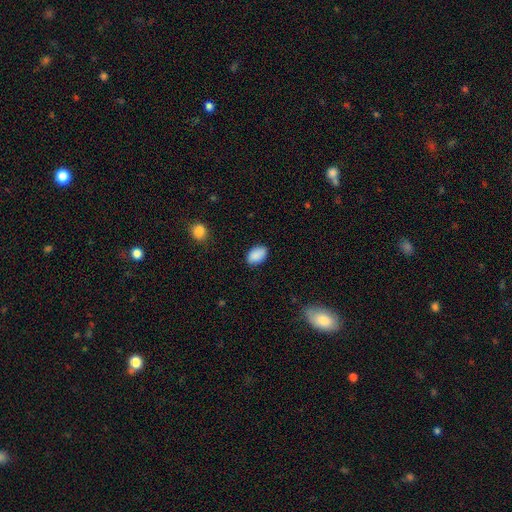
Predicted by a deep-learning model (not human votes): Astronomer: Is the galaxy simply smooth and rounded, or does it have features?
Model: smooth — 89%.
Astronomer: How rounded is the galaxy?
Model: in between — 89%.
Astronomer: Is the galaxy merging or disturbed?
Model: none — 82%.